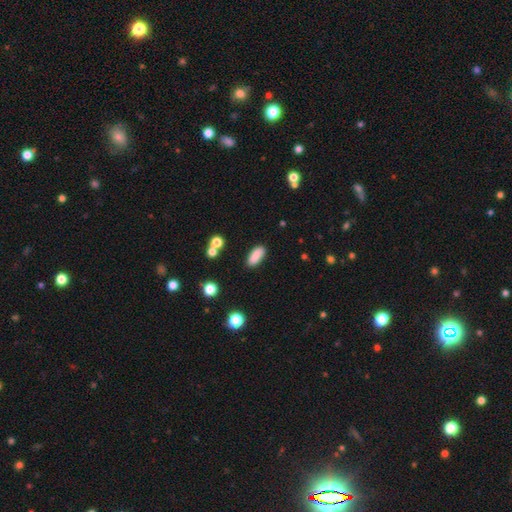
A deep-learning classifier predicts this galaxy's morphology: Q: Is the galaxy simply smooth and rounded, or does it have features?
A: smooth — 86%.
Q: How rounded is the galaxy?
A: in between — 80%.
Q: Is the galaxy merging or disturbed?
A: none — 85%.